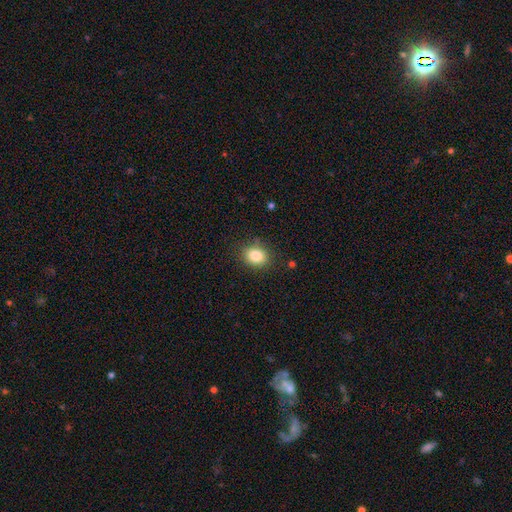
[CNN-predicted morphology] Smooth or featured?
  - smooth: 84% *
  - star or artifact: 10%
  - featured or disk: 6%
How rounded?
  - round: 53% *
  - in between: 46%
  - cigar-shaped: 1%
Merging?
  - none: 83% *
  - minor disturbance: 12%
  - major disturbance: 3%
  - merger: 2%